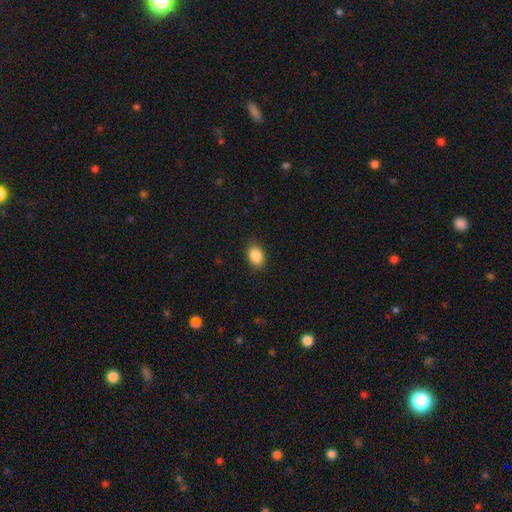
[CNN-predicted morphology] type=smooth (88%); roundness=in between (76%); merging=none (88%).